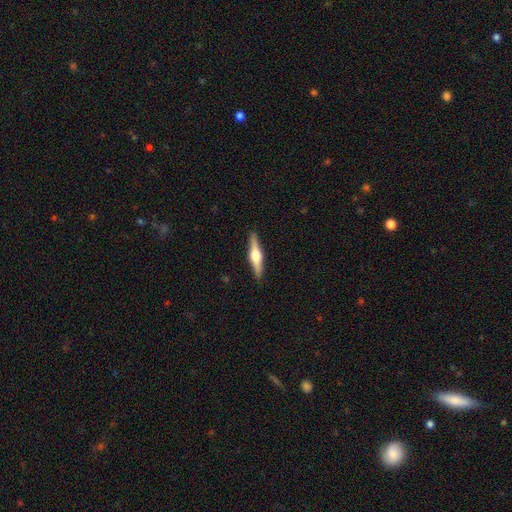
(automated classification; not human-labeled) The model was most divided on "smooth or featured": featured or disk: 68%, smooth: 26%, star or artifact: 5%. More confident: edge-on disk — yes (97%); edge-on bulge — rounded (94%); merging — none (91%).